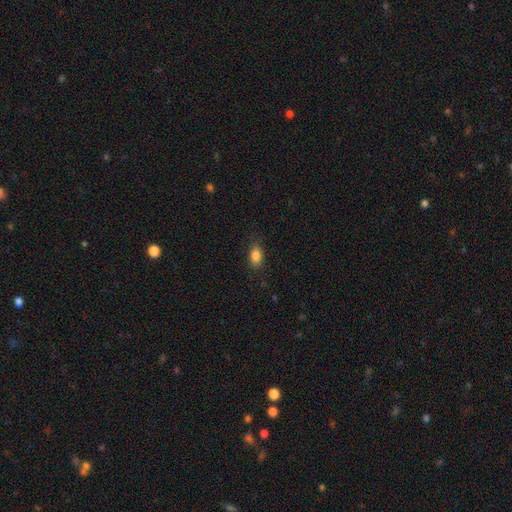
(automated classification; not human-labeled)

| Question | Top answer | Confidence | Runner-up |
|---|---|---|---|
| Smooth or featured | smooth | 86% | star or artifact (9%) |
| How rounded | in between | 87% | round (10%) |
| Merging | none | 83% | minor disturbance (12%) |